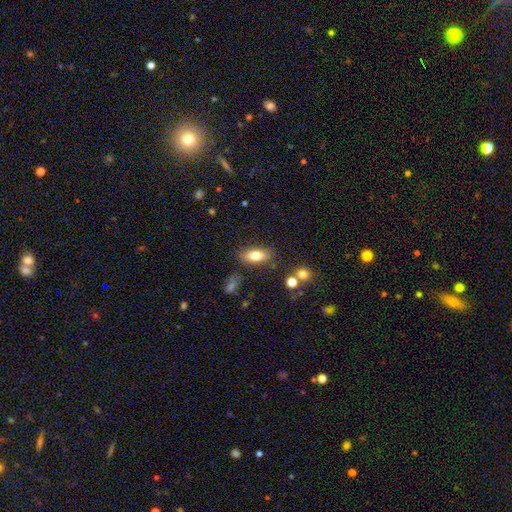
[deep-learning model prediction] A smooth galaxy with no disk features (78%) that is in between round and cigar-shaped (83%).

Vote fractions:
- Smooth or featured? smooth: 78% / featured or disk: 14% / star or artifact: 8%
- How rounded? in between: 83% / cigar-shaped: 12% / round: 5%
- Merging? none: 81% / minor disturbance: 12% / merger: 3% / major disturbance: 3%